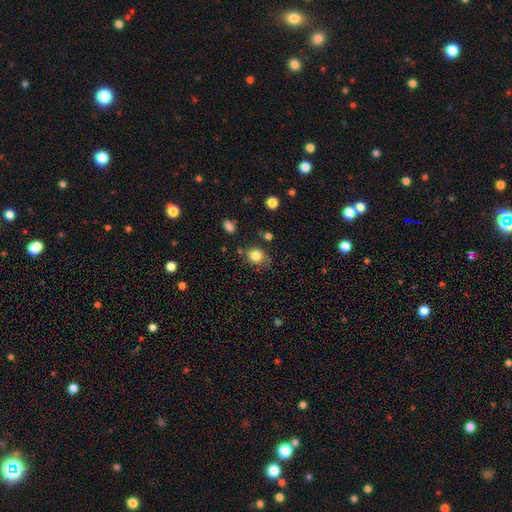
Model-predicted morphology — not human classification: A smooth galaxy with no disk features (83%) that is round (66%). Merging: none (70%).